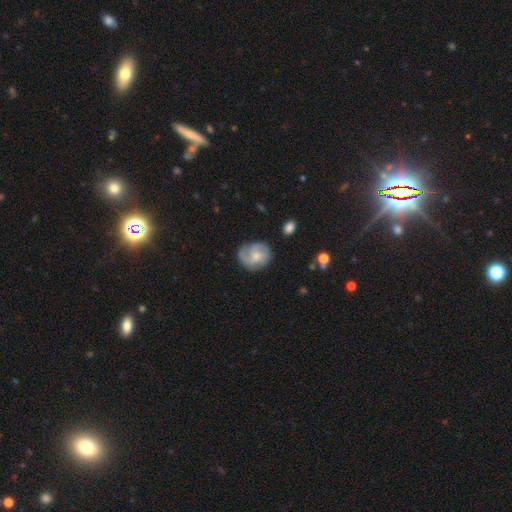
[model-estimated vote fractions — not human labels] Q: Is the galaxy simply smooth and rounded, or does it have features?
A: featured or disk — 51%.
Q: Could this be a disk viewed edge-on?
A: no — 97%.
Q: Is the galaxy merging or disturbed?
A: none — 68%.